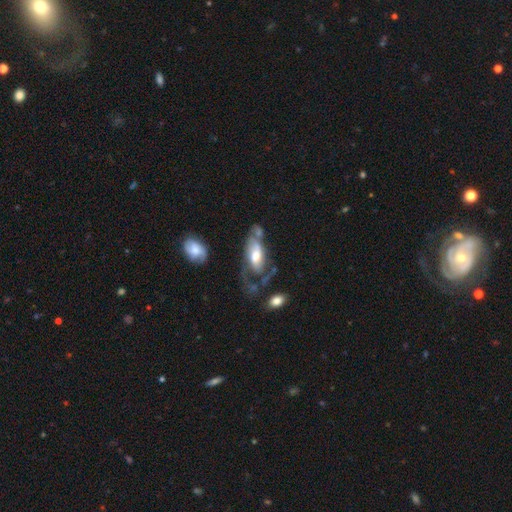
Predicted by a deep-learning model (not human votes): This appears to be a featured or disk galaxy (50%). Merging: major disturbance (31%).